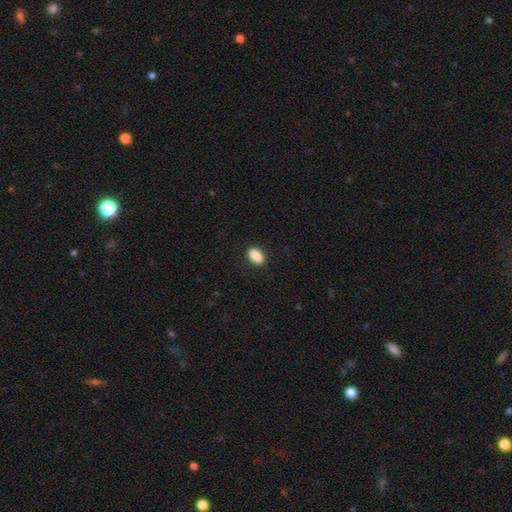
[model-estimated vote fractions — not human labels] Overall: smooth (88%). How rounded: in between (90%). Merging: none (89%).